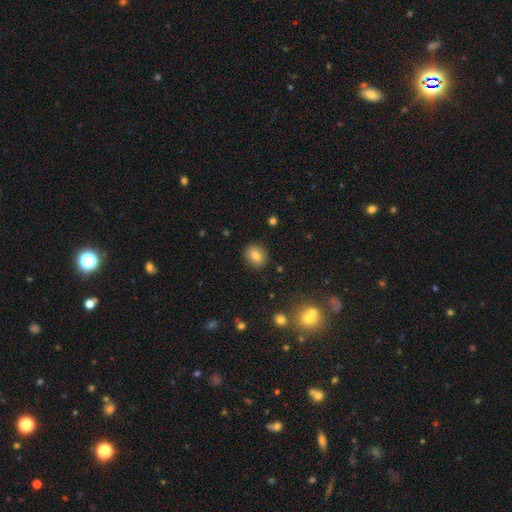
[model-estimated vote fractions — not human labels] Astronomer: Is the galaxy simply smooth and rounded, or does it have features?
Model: smooth — 79%.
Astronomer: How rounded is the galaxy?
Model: round — 61% (runner-up: in between, 38%).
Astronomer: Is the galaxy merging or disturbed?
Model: none — 88%.